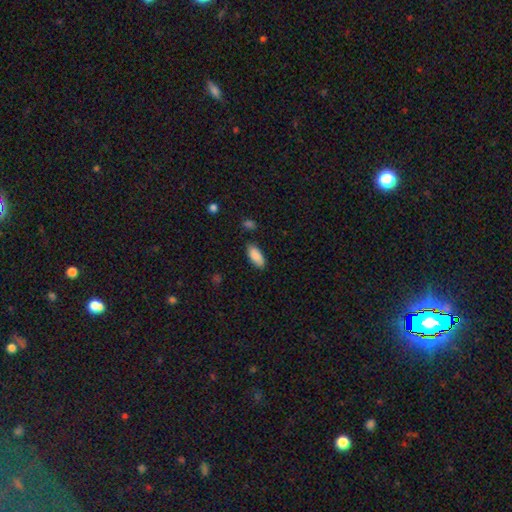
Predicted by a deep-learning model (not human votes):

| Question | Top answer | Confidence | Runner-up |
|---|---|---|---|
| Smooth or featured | smooth | 87% | star or artifact (7%) |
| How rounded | in between | 87% | cigar-shaped (11%) |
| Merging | none | 83% | minor disturbance (13%) |